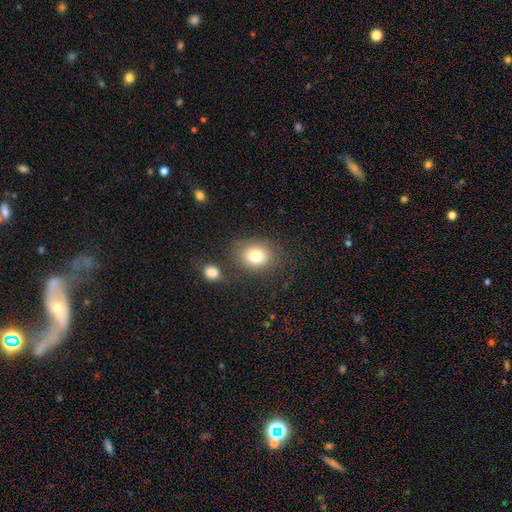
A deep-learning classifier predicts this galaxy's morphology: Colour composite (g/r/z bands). It shows a smooth galaxy with no disk features (79%) that is round (52%). Merging: none (71%).